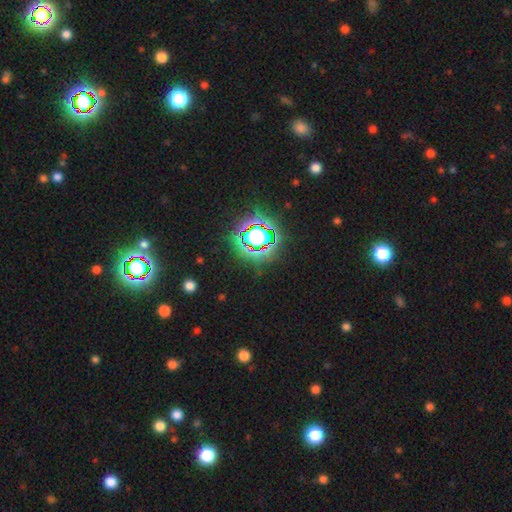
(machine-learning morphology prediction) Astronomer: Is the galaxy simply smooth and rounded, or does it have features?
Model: star or artifact — 80%.